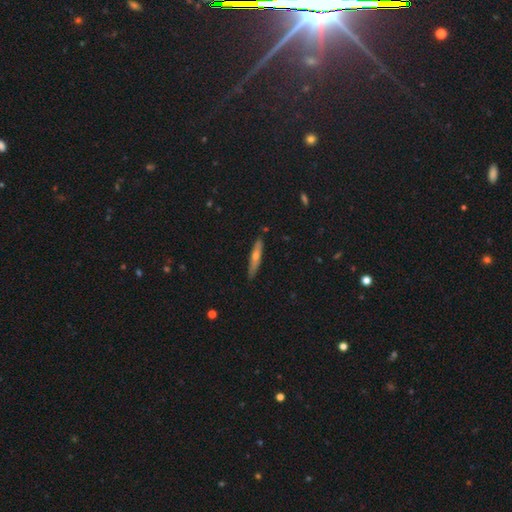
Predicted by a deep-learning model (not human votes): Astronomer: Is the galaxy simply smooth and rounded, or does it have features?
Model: featured or disk — 54% (runner-up: smooth, 37%).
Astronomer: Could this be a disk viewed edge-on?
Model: yes — 91%.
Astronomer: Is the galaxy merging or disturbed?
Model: none — 88%.